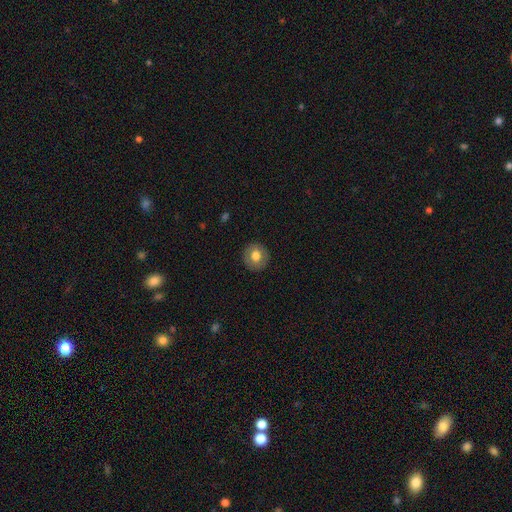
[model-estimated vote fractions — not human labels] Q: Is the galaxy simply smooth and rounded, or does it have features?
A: smooth — 71%.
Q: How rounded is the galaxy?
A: round — 89%.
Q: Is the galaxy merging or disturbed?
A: none — 89%.